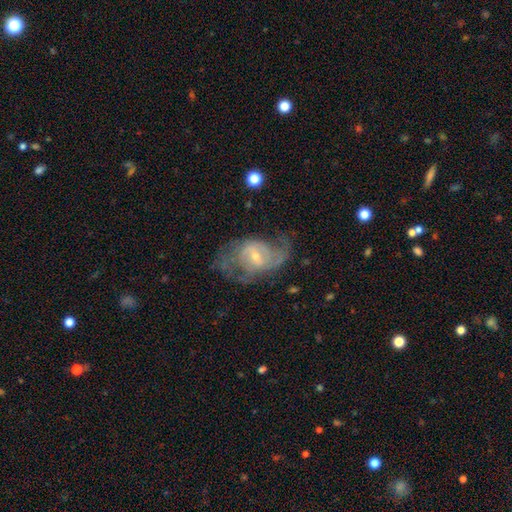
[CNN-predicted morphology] featured or disk 80%, smooth 13%, star or artifact 7%. Down the decision tree: edge-on disk — no (96%); bar — weak (51%); spiral arms — yes (87%); spiral arm count — 2 (60%); spiral winding — medium (46%); bulge size — small (59%); merging — none (52%).